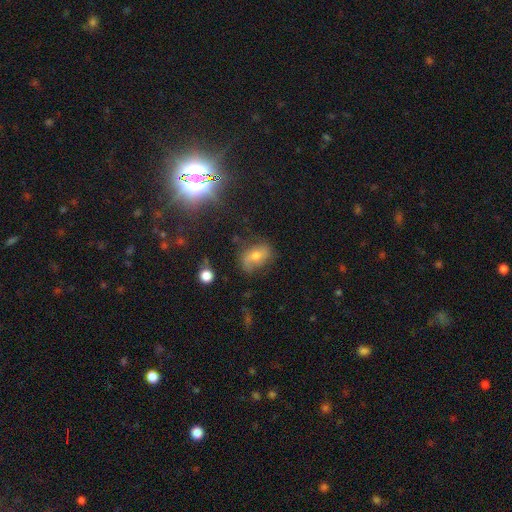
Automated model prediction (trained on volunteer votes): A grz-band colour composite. It shows a featured or disk galaxy (44%). Merging: none (65%).